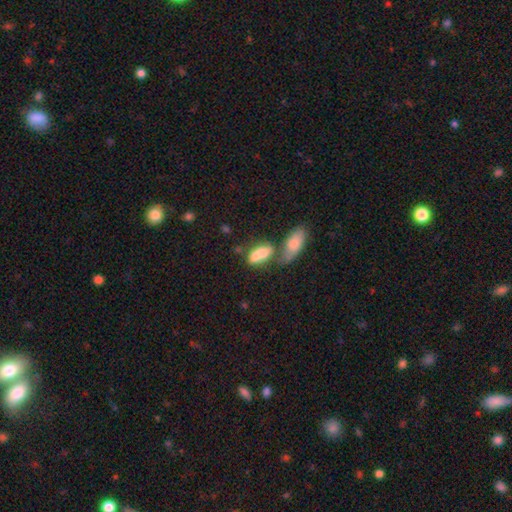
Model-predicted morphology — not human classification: Smooth or featured? smooth (70%)
How rounded? in between (83%)
Merging? merger (61%)